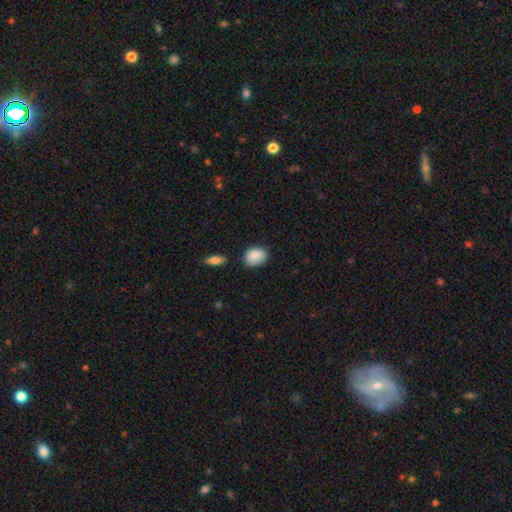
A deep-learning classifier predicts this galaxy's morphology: type=smooth (88%); roundness=in between (72%); merging=none (75%).